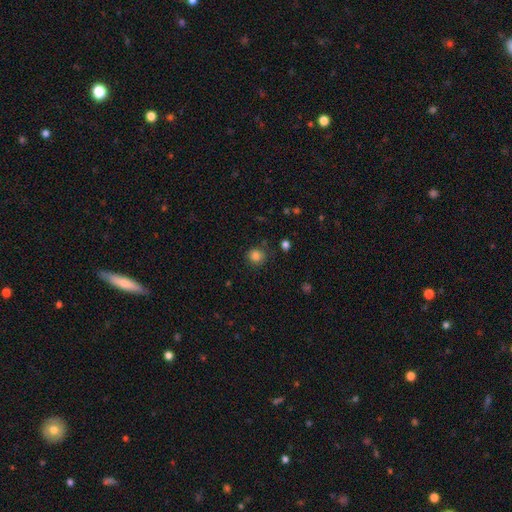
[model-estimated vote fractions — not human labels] A smooth galaxy with no disk features (84%) that is round (87%). Merging: none (81%).